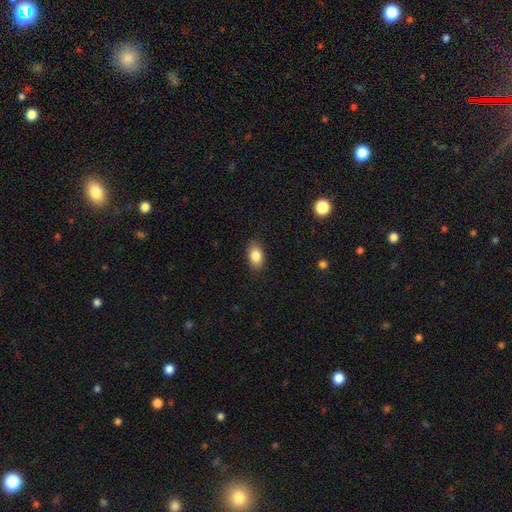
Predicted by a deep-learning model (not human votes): Smooth or featured?
  - smooth: 85% *
  - star or artifact: 8%
  - featured or disk: 7%
How rounded?
  - in between: 85% *
  - round: 13%
  - cigar-shaped: 2%
Merging?
  - none: 86% *
  - minor disturbance: 11%
  - major disturbance: 3%
  - merger: 1%